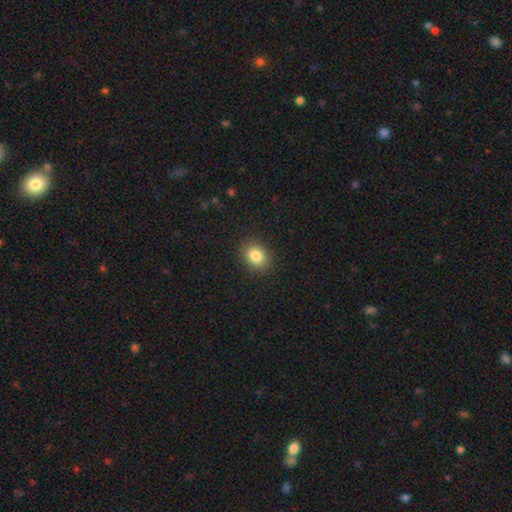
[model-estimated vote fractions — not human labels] Overall: smooth (83%). How rounded: in between (51%; round 48%). Merging: none (89%).